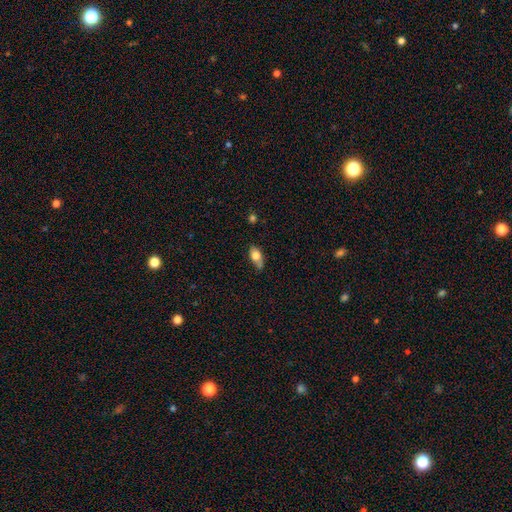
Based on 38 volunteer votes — Morphology: type=smooth (63%); roundness=in between (83%); merging=none (65%).